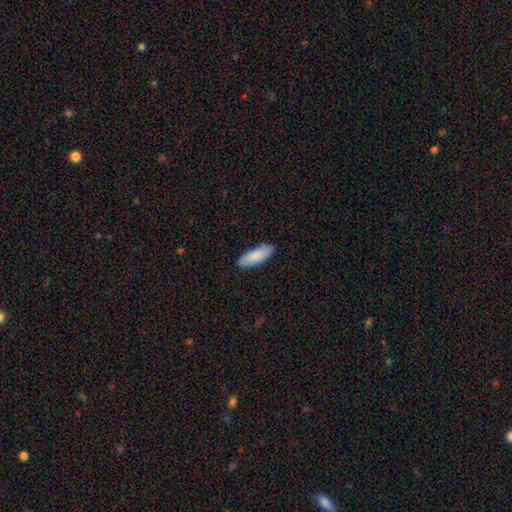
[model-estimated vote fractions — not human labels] This is clearly a smooth galaxy (85%). How rounded: possibly in between (59%). Merging: clearly none (88%).